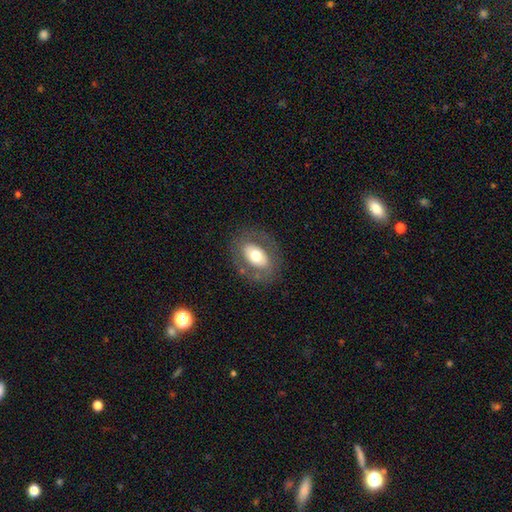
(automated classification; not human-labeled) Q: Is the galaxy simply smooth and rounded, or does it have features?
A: smooth — 55%.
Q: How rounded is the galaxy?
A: in between — 81%.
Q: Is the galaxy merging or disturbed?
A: none — 79%.